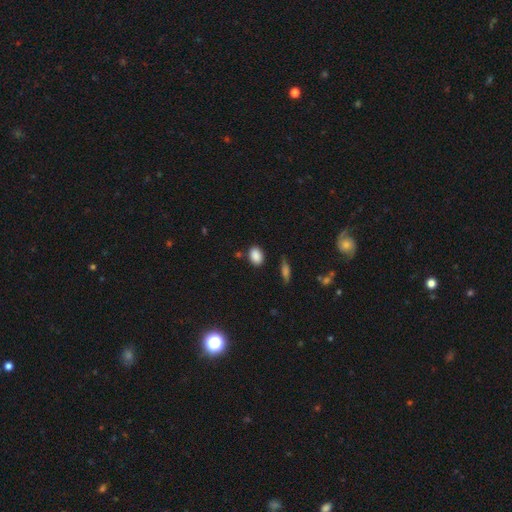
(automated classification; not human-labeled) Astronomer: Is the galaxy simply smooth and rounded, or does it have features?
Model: smooth — 87%.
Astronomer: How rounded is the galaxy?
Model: in between — 77%.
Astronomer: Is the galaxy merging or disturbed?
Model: none — 79%.